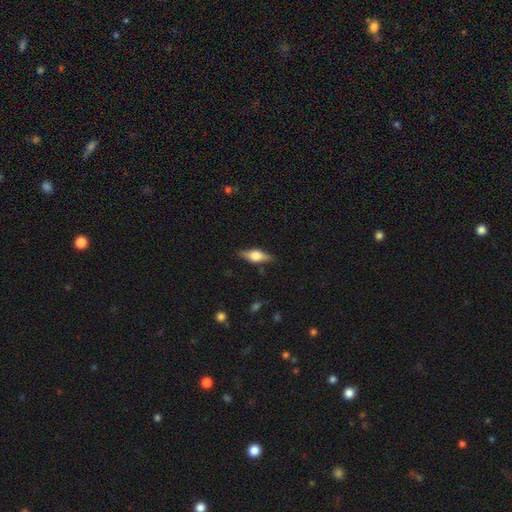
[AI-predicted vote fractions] smooth_or_featured: featured or disk (p=0.55) [alt: smooth p=0.38]
disk_edge_on: yes (p=0.94) [alt: no p=0.06]
edge_on_bulge: rounded (p=0.90) [alt: boxy p=0.08]
merging: none (p=0.85) [alt: minor disturbance p=0.11]